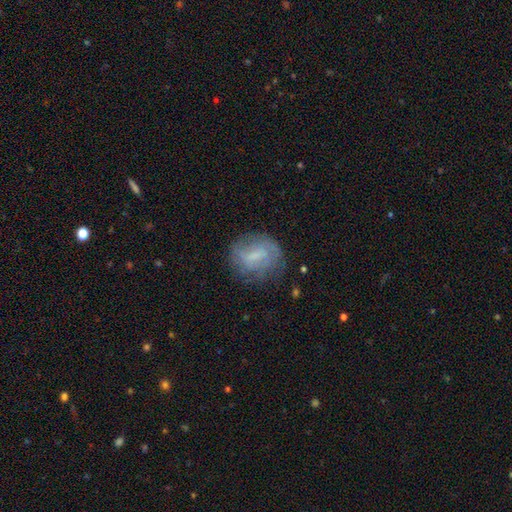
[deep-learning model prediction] Q: Smooth or featured?
A: featured or disk (55%); runner-up: smooth (36%)
Q: Edge-on disk?
A: no (96%); runner-up: yes (4%)
Q: Bar?
A: weak (54%); runner-up: no (25%)
Q: Spiral arms?
A: yes (71%); runner-up: no (29%)
Q: Bulge size?
A: small (41%); runner-up: none (33%)
Q: Merging?
A: none (67%); runner-up: minor disturbance (21%)